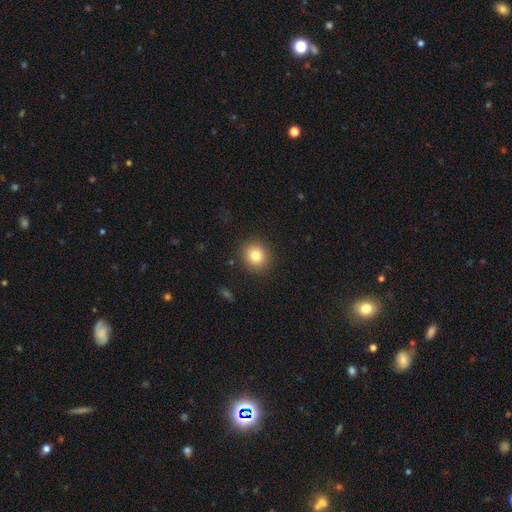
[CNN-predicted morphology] Smooth or featured? smooth (81%)
How rounded? round (86%)
Merging? none (90%)